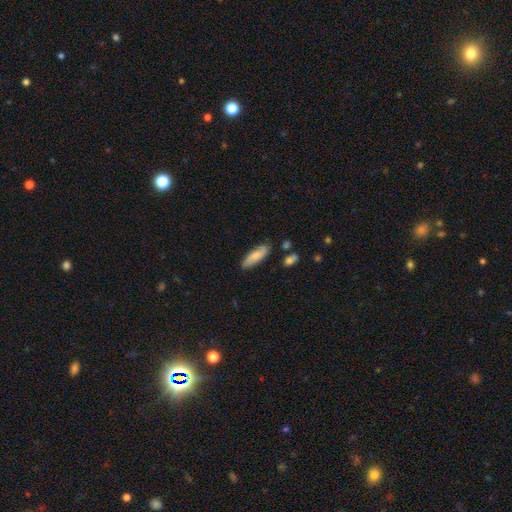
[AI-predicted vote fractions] Smooth or featured?
  - smooth: 79% *
  - featured or disk: 15%
  - star or artifact: 6%
How rounded?
  - in between: 55% *
  - cigar-shaped: 44%
  - round: 2%
Merging?
  - none: 83% *
  - minor disturbance: 12%
  - merger: 3%
  - major disturbance: 2%